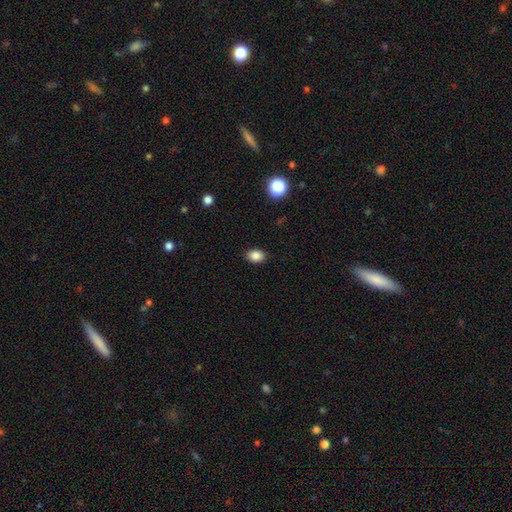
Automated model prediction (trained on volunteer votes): Smooth or featured: smooth — 86% (star or artifact — 10%)
How rounded: in between — 77% (round — 21%)
Merging: none — 87% (minor disturbance — 10%)